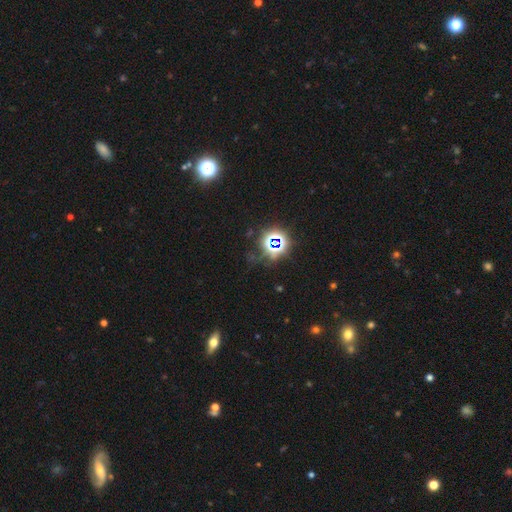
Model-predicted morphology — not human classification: A star or artifact, not a galaxy (75%).